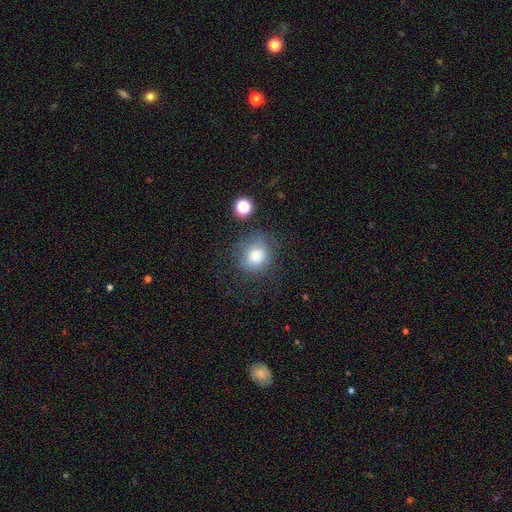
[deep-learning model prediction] This appears to be a smooth galaxy with no disk features (78%) that is round (84%). Merging: none (64%).